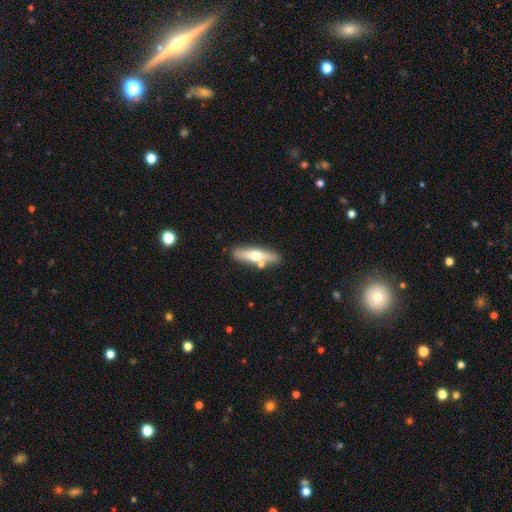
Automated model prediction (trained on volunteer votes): Overall: smooth (49%; featured or disk 45%). Merging: none (78%).